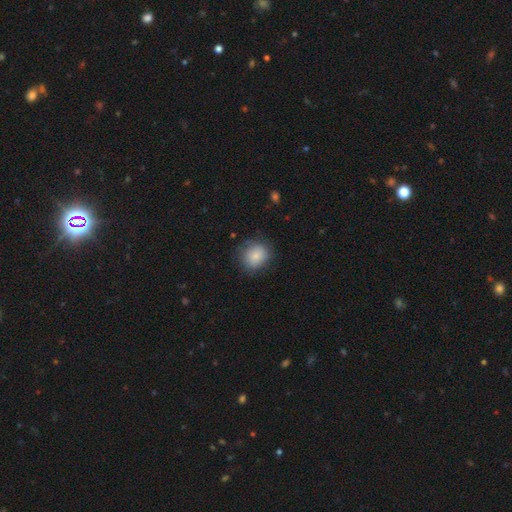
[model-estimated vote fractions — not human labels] The model was most divided on "merging": none: 73%, minor disturbance: 20%, major disturbance: 7%, merger: 1%. More confident: smooth or featured — smooth (81%); how rounded — round (78%).